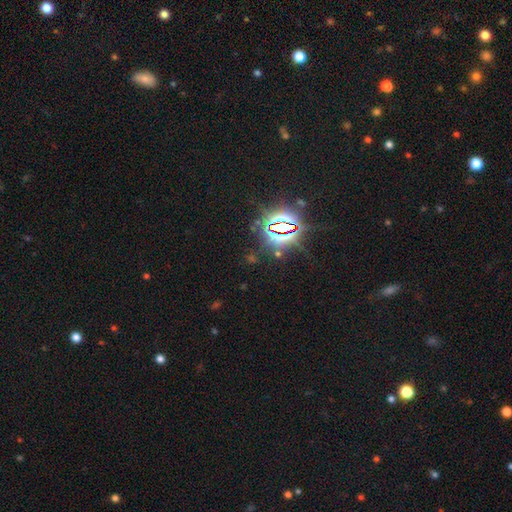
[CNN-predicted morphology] A star or artifact, not a galaxy (83%).